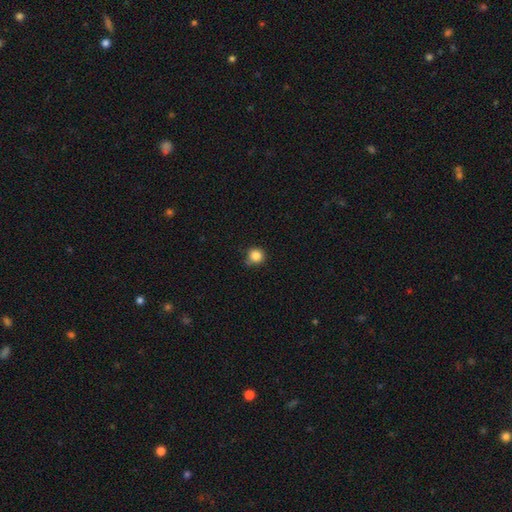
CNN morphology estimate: Smooth or featured: smooth — 85% (star or artifact — 11%)
How rounded: round — 92% (in between — 7%)
Merging: none — 74% (minor disturbance — 20%)